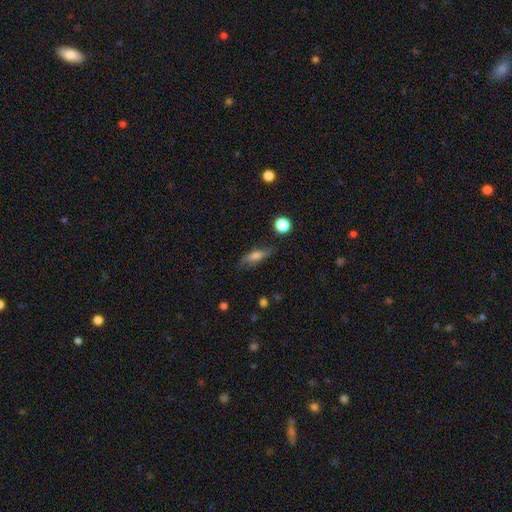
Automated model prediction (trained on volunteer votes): A smooth galaxy with no disk features (60%) that is in between round and cigar-shaped (53%). Merging: none (72%).